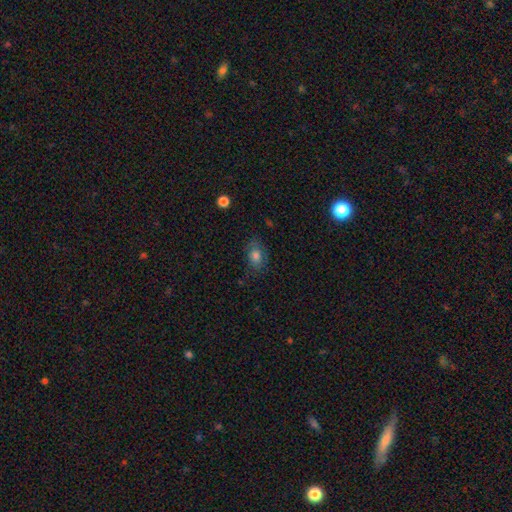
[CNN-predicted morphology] Q: Smooth or featured?
A: smooth (69%); runner-up: featured or disk (19%)
Q: How rounded?
A: in between (78%); runner-up: round (21%)
Q: Merging?
A: none (73%); runner-up: minor disturbance (19%)